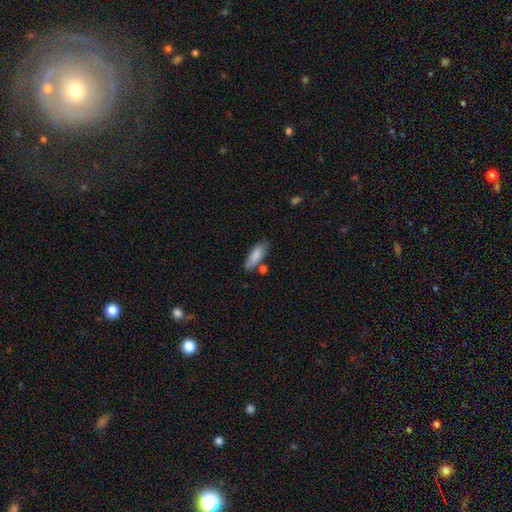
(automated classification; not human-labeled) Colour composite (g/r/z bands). It shows a smooth galaxy with no disk features (83%) that is in between round and cigar-shaped (72%). Merging: none (69%).